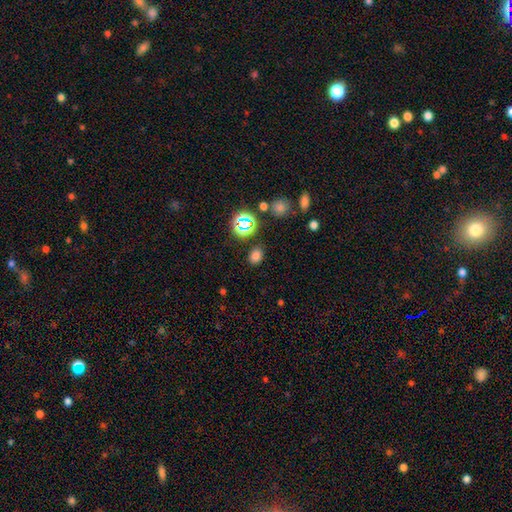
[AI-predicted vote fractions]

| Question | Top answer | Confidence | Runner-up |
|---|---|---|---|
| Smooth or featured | smooth | 73% | star or artifact (22%) |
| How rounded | in between | 60% | round (39%) |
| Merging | none | 84% | minor disturbance (10%) |